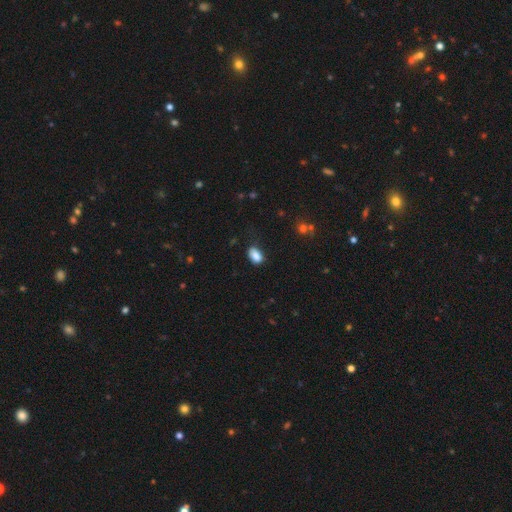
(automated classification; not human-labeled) The model was most divided on "merging": none: 70%, minor disturbance: 23%, major disturbance: 5%, merger: 2%. More confident: how rounded — in between (89%); smooth or featured — smooth (86%).